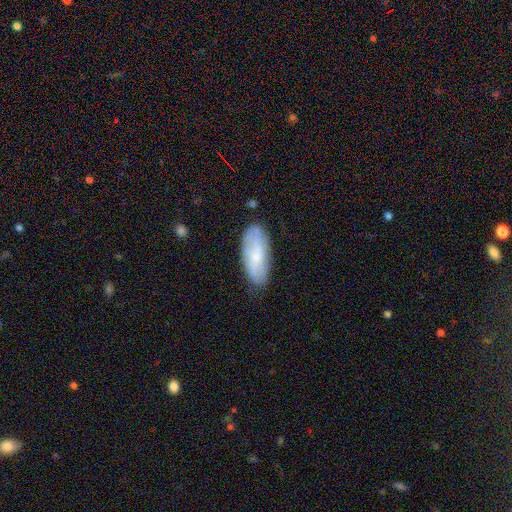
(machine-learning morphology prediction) Smooth or featured: smooth — 63% (featured or disk — 30%)
How rounded: in between — 83% (cigar-shaped — 16%)
Merging: none — 76% (minor disturbance — 19%)